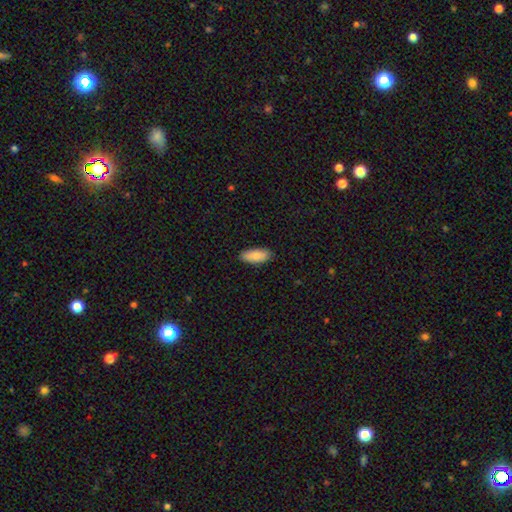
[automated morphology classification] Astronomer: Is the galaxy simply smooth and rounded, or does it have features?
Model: smooth — 86%.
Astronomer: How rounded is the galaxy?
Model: in between — 83%.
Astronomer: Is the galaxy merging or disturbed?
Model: none — 87%.